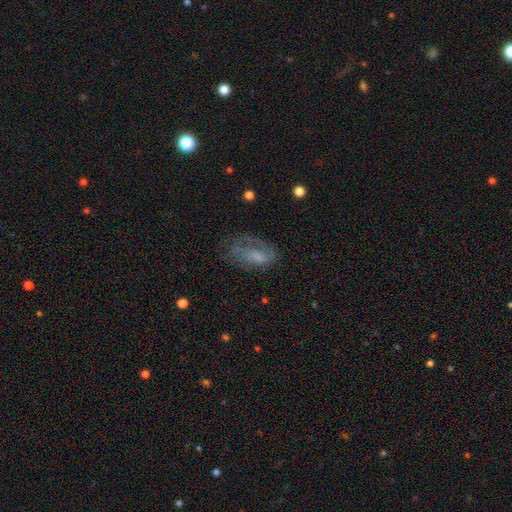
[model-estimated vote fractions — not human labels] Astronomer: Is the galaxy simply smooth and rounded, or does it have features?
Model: featured or disk — 46% (runner-up: smooth, 44%).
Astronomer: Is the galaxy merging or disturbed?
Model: none — 45% (runner-up: major disturbance, 26%).